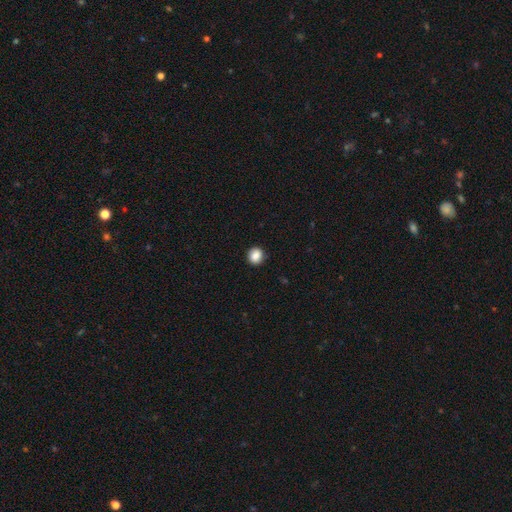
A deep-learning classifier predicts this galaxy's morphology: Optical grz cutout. It shows a smooth galaxy with no disk features (86%) that is round (80%). Merging: none (88%).